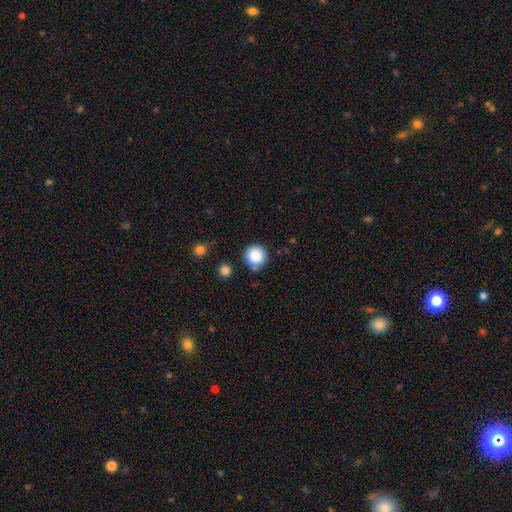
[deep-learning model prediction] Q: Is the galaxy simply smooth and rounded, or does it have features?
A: smooth — 86%.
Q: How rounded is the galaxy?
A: round — 94%.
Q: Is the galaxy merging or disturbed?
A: none — 76%.